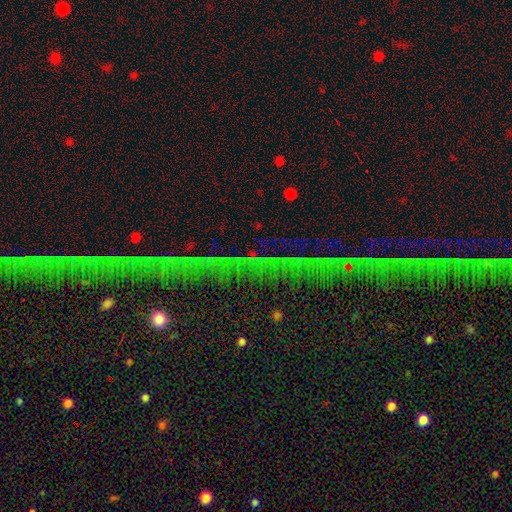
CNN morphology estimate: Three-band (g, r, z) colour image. It shows a star or artifact, not a galaxy (84%).